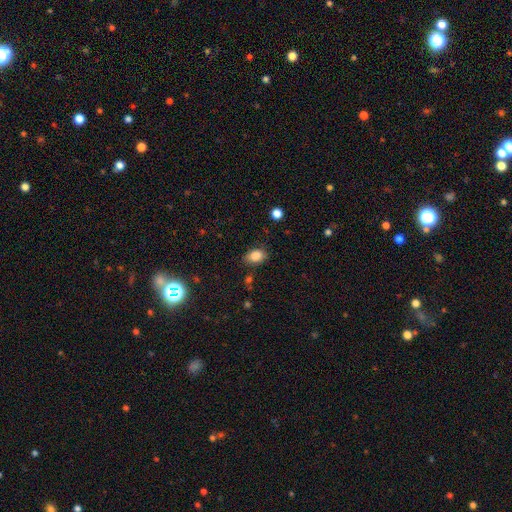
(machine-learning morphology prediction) Smooth or featured? smooth (86%)
How rounded? in between (81%)
Merging? none (78%)